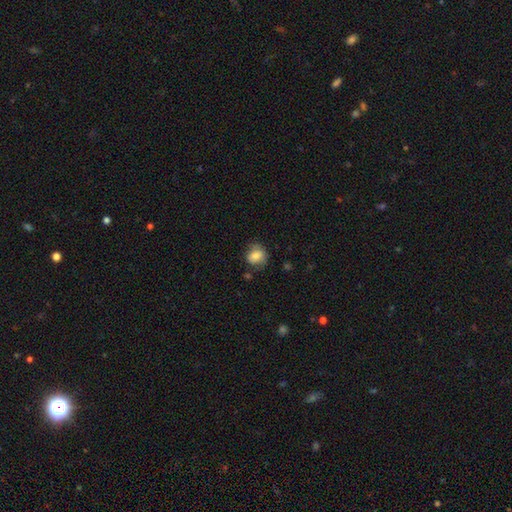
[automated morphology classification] Smooth or featured?
  - smooth: 72% *
  - featured or disk: 19%
  - star or artifact: 9%
How rounded?
  - round: 68% *
  - in between: 31%
  - cigar-shaped: 1%
Merging?
  - none: 63% *
  - minor disturbance: 25%
  - major disturbance: 9%
  - merger: 3%